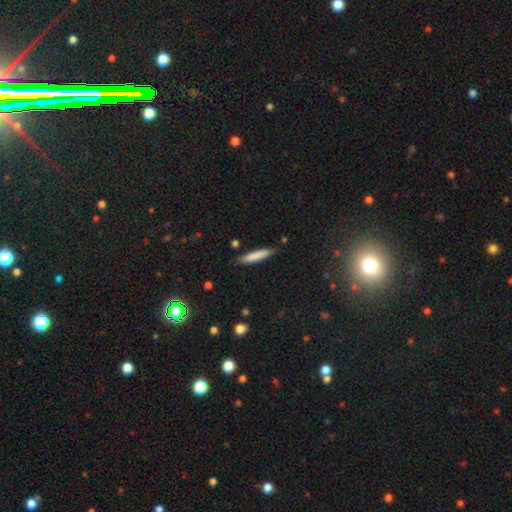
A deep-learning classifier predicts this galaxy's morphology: A smooth galaxy with no disk features (80%) that is cigar-shaped (86%).

Vote fractions:
- Smooth or featured? smooth: 80% / featured or disk: 13% / star or artifact: 6%
- How rounded? cigar-shaped: 86% / in between: 13% / round: 1%
- Merging? none: 84% / minor disturbance: 12% / major disturbance: 2% / merger: 2%